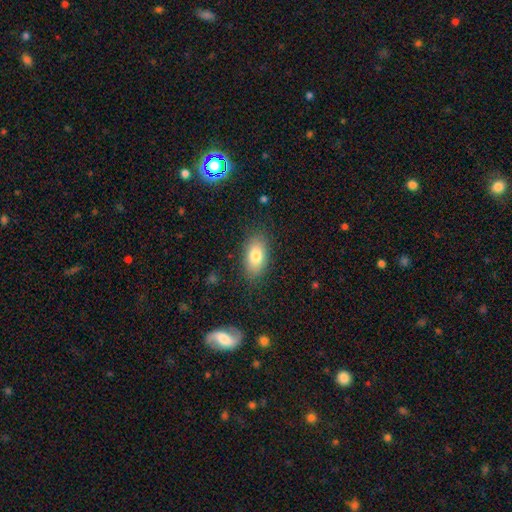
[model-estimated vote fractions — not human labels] This is likely a smooth galaxy (79%). How rounded: clearly in between (90%). Merging: clearly none (84%).